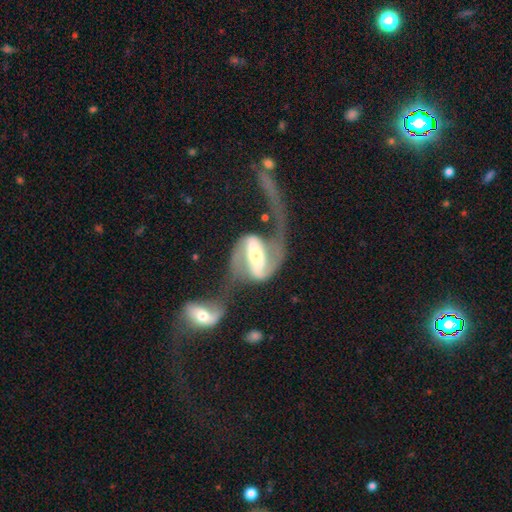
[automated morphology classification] smooth-or-featured: featured or disk: 87% | smooth: 8% | star or artifact: 4%
  disk-edge-on: no: 95% | yes: 5%
    bar: strong: 66% | weak: 23% | no: 10%
    has-spiral-arms: yes: 93% | no: 7%
      spiral-winding: loose: 53% | medium: 34% | tight: 13%
      spiral-arm-count: 2: 86% | 1: 7% | can't tell: 3% | 3: 1% | 4: 1% | more than 4: 1%
    bulge-size: moderate: 55% | small: 27% | large: 13% | dominant: 2% | none: 2%
  merging: major disturbance: 35% | merger: 32% | none: 23% | minor disturbance: 10%